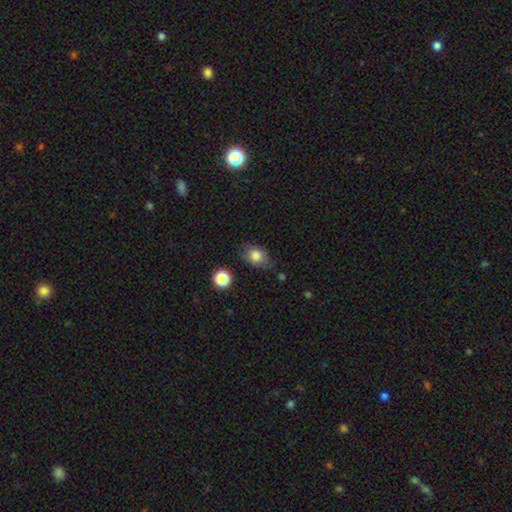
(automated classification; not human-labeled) The model was most divided on "how rounded": in between: 71%, round: 27%, cigar-shaped: 2%. More confident: smooth or featured — smooth (80%); merging — none (73%).